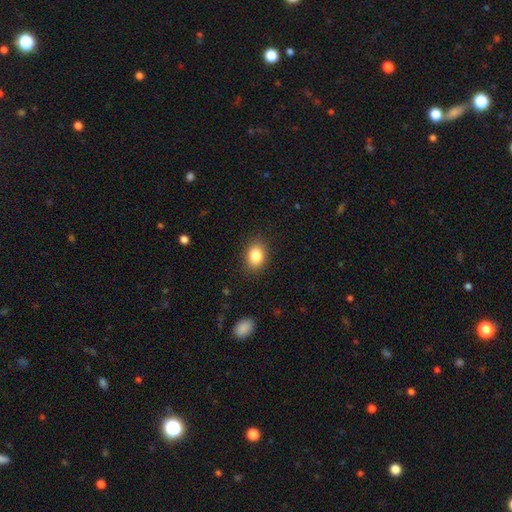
This is clearly a smooth galaxy (82%). How rounded: possibly round (48%, tied with in between). Merging: likely none (71%).